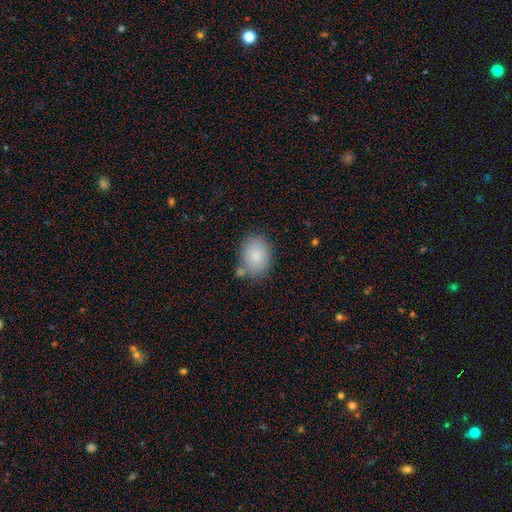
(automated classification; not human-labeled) This appears to be a smooth galaxy with no disk features (84%) that is in between round and cigar-shaped (66%). Merging: none (73%).